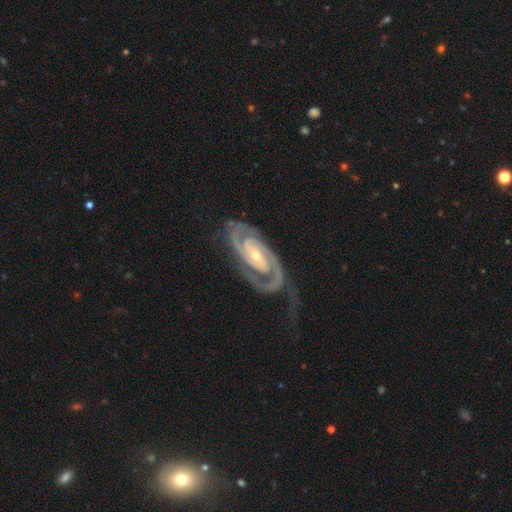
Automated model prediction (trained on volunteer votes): Q: Smooth or featured?
A: featured or disk (93%); runner-up: star or artifact (4%)
Q: Edge-on disk?
A: no (97%); runner-up: yes (3%)
Q: Bar?
A: no (47%); runner-up: weak (33%)
Q: Spiral arms?
A: yes (98%); runner-up: no (2%)
Q: Spiral winding?
A: tight (63%); runner-up: medium (31%)
Q: Spiral arm count?
A: 2 (81%); runner-up: 3 (7%)
Q: Bulge size?
A: small (57%); runner-up: moderate (40%)
Q: Merging?
A: none (61%); runner-up: minor disturbance (19%)